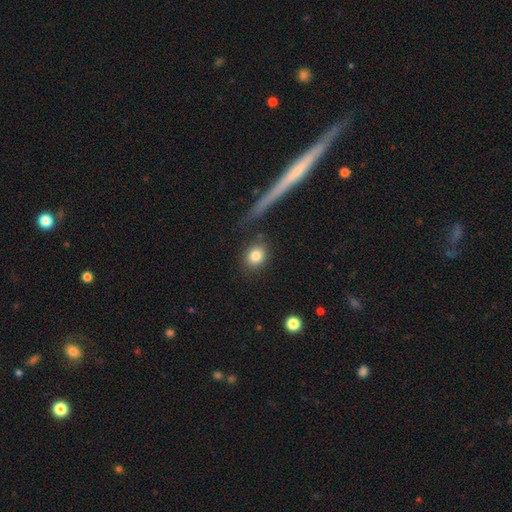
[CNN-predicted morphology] Smooth or featured?
  - smooth: 83% *
  - star or artifact: 9%
  - featured or disk: 8%
How rounded?
  - round: 73% *
  - in between: 25%
  - cigar-shaped: 2%
Merging?
  - none: 83% *
  - minor disturbance: 9%
  - merger: 5%
  - major disturbance: 3%